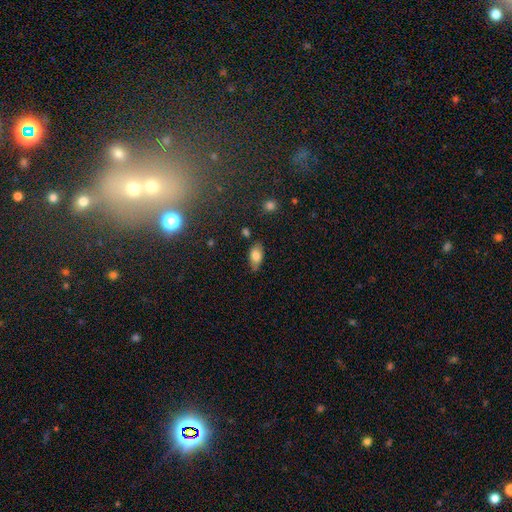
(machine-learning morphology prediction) smooth 79%, featured or disk 13%, star or artifact 8%. Down the decision tree: how rounded — in between (91%); merging — none (71%).